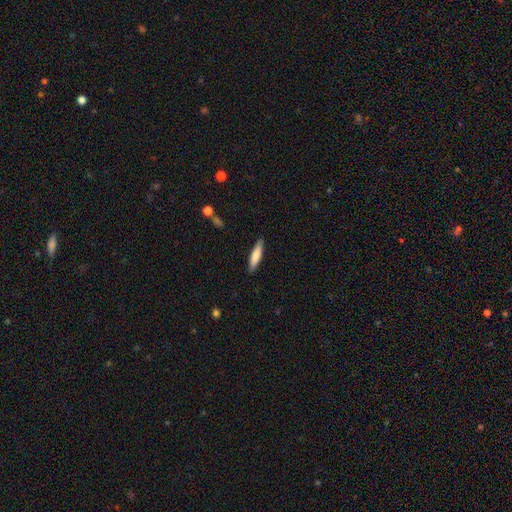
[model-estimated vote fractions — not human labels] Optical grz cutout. It shows a smooth galaxy with no disk features (75%) that is cigar-shaped (81%). Merging: none (89%).